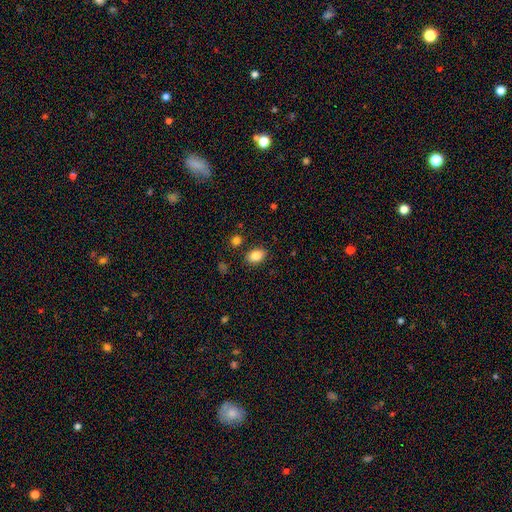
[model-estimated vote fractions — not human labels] Morphology: type=smooth (86%); roundness=in between (82%); merging=none (85%).